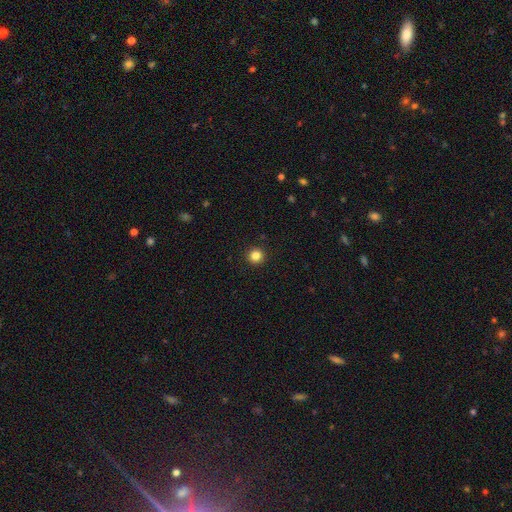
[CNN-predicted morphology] type=smooth (84%); roundness=round (95%); merging=none (93%).